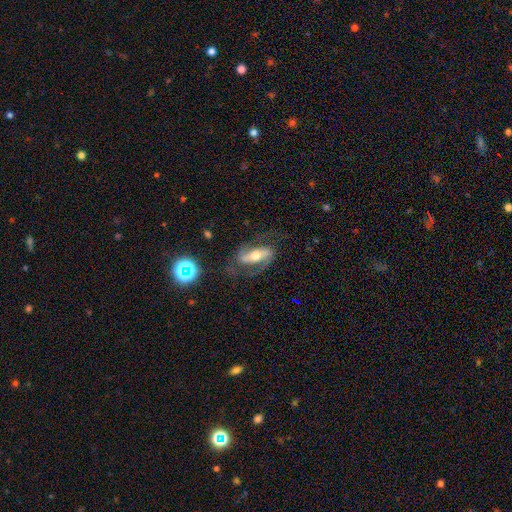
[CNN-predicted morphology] Smooth or featured? featured or disk (79%)
Edge-on disk? no (90%)
Bar? strong (56%)
Spiral arms? yes (91%)
Spiral winding? medium (49%)
Spiral arm count? 2 (89%)
Bulge size? moderate (67%)
Merging? none (69%)